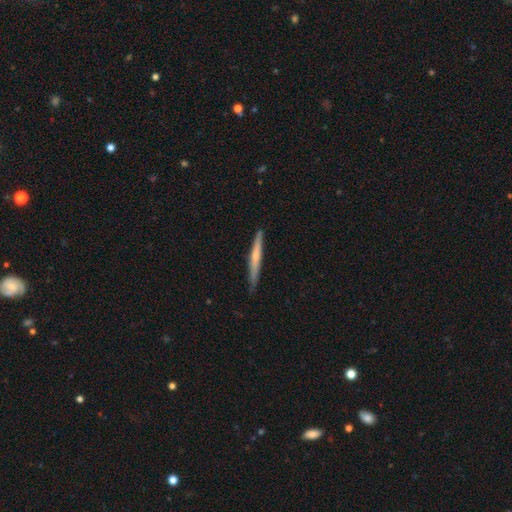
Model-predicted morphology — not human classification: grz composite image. It shows a smooth galaxy with no disk features (49%). Merging: none (84%).